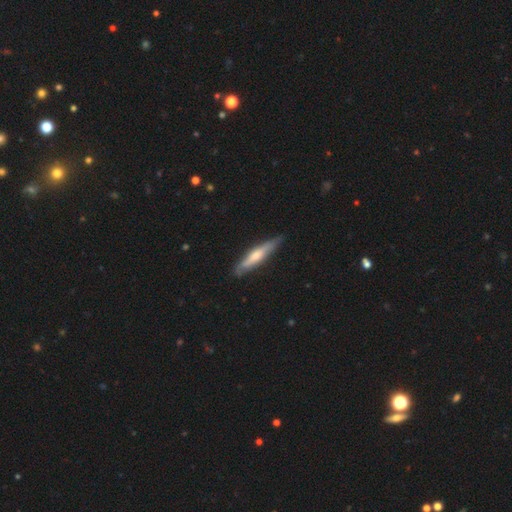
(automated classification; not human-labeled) This is possibly a smooth galaxy (48%). Merging: clearly none (83%).